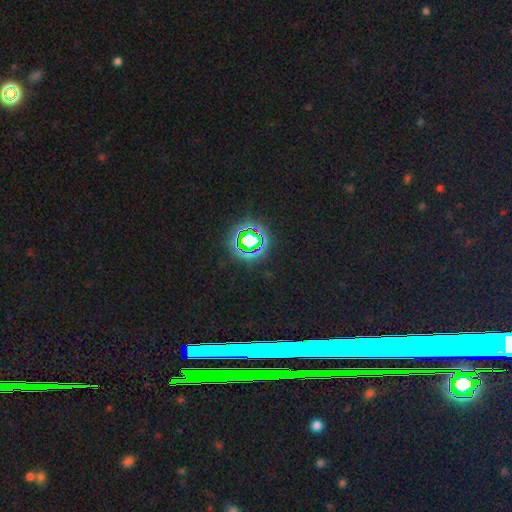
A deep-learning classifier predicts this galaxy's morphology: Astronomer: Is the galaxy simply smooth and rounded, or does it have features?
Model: star or artifact — 73%.